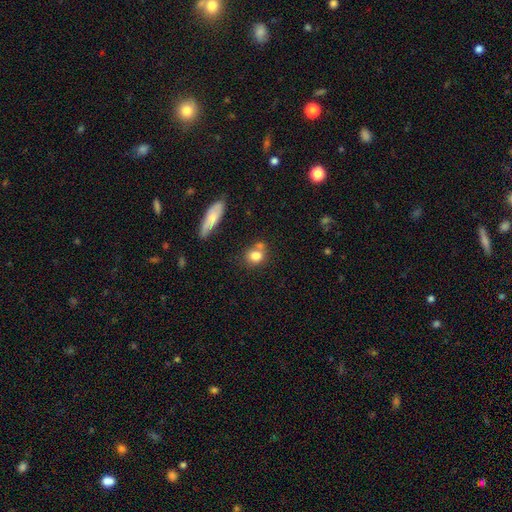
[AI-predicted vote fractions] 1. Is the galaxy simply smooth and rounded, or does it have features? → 79% smooth, 11% featured or disk, 10% star or artifact.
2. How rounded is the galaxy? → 58% round, 39% in between, 3% cigar-shaped.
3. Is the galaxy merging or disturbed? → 51% none, 30% merger, 14% minor disturbance, 5% major disturbance.